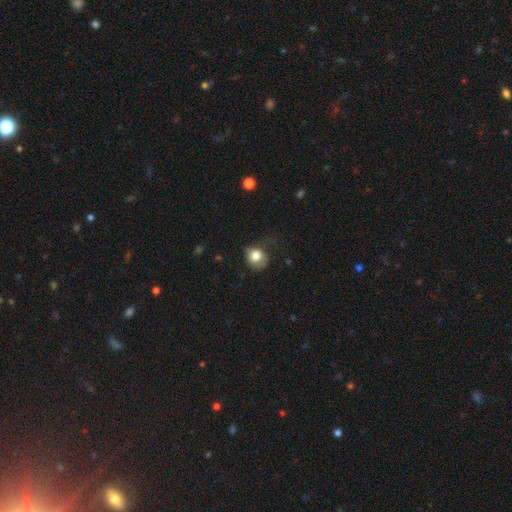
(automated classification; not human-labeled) Q: Smooth or featured?
A: smooth (78%); runner-up: featured or disk (13%)
Q: How rounded?
A: round (68%); runner-up: in between (31%)
Q: Merging?
A: none (47%); runner-up: minor disturbance (32%)